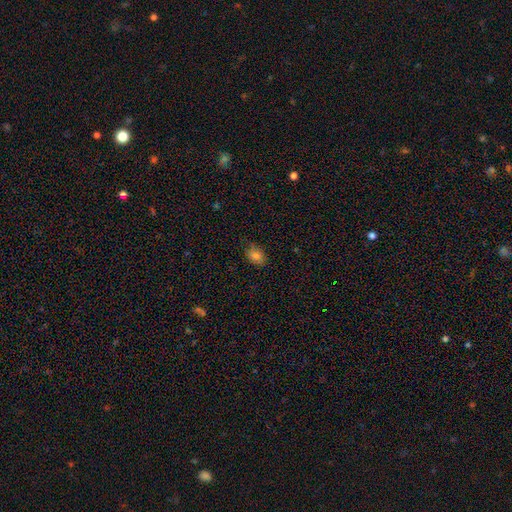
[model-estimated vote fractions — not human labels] This is clearly a smooth galaxy (83%). How rounded: likely in between (73%). Merging: clearly none (80%).